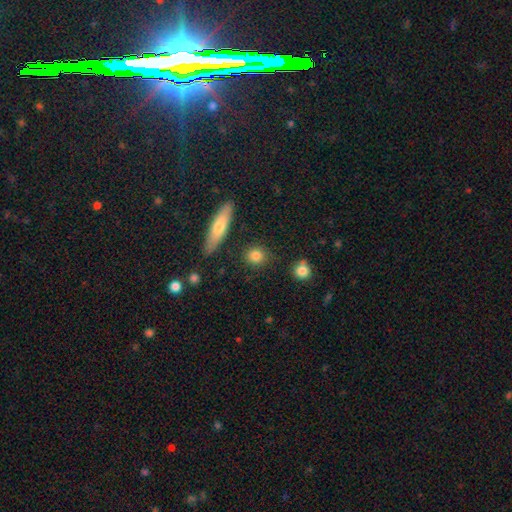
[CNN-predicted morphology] Smooth or featured?
  - smooth: 83% *
  - star or artifact: 9%
  - featured or disk: 8%
How rounded?
  - round: 79% *
  - in between: 17%
  - cigar-shaped: 4%
Merging?
  - none: 87% *
  - minor disturbance: 8%
  - major disturbance: 3%
  - merger: 3%